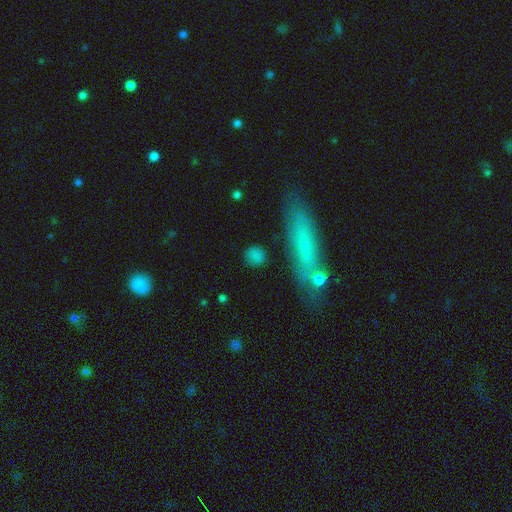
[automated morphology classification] A smooth galaxy with no disk features (81%) that is round (82%).

Vote fractions:
- Smooth or featured? smooth: 81% / star or artifact: 10% / featured or disk: 8%
- How rounded? round: 82% / in between: 14% / cigar-shaped: 4%
- Merging? none: 83% / minor disturbance: 10% / major disturbance: 4% / merger: 3%